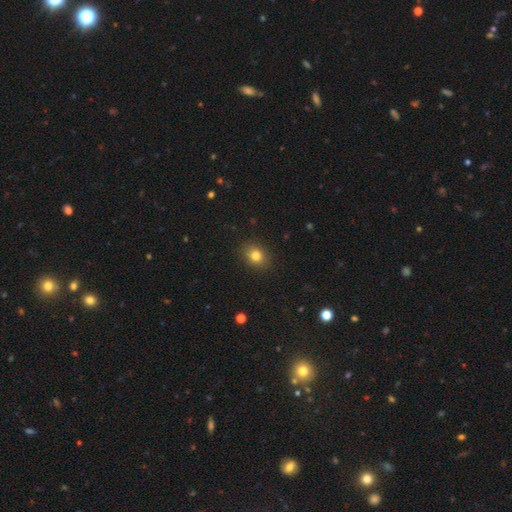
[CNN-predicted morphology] Q: Smooth or featured?
A: smooth (81%); runner-up: star or artifact (12%)
Q: How rounded?
A: round (51%); runner-up: in between (48%)
Q: Merging?
A: none (89%); runner-up: minor disturbance (8%)